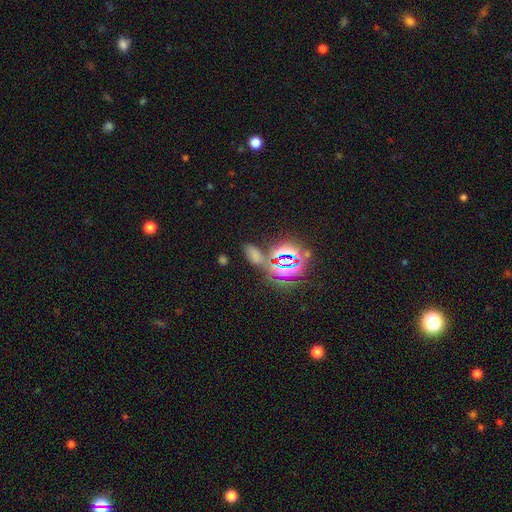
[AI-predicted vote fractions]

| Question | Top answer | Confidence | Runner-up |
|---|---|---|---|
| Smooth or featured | star or artifact | 47% | smooth (45%) |